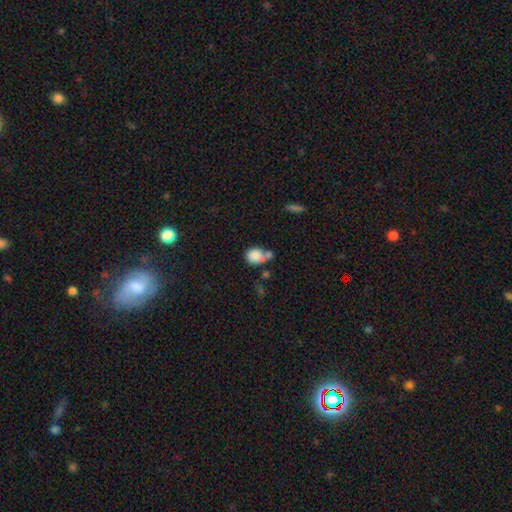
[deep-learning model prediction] This appears to be a smooth galaxy with no disk features (82%) that is round (62%). Merging: merger (43%).